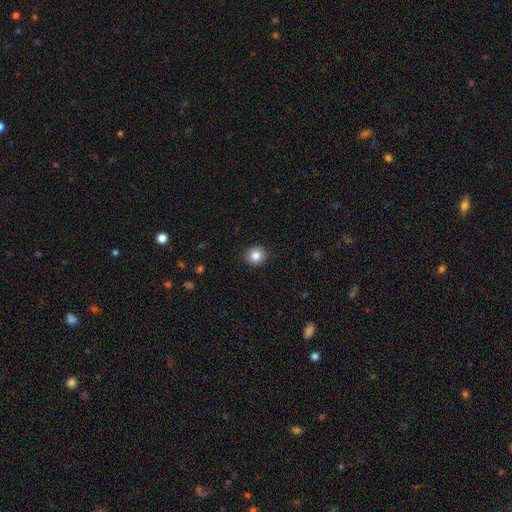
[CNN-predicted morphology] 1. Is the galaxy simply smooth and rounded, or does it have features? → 85% smooth, 10% star or artifact, 5% featured or disk.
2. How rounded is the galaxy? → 88% round, 11% in between, 1% cigar-shaped.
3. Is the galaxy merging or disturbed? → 91% none, 6% minor disturbance, 2% major disturbance, 1% merger.